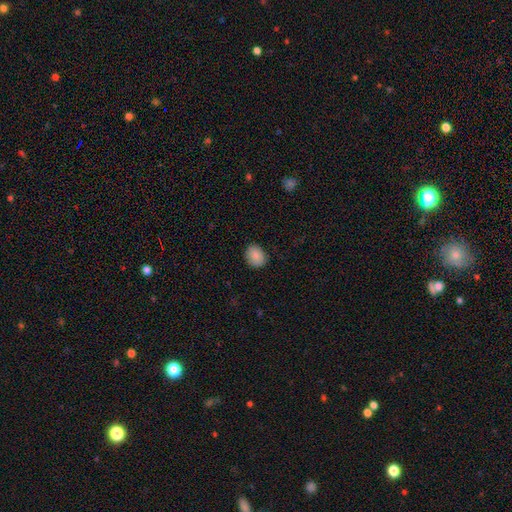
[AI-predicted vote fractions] A smooth galaxy with no disk features (89%) that is in between round and cigar-shaped (50%). Merging: none (86%).